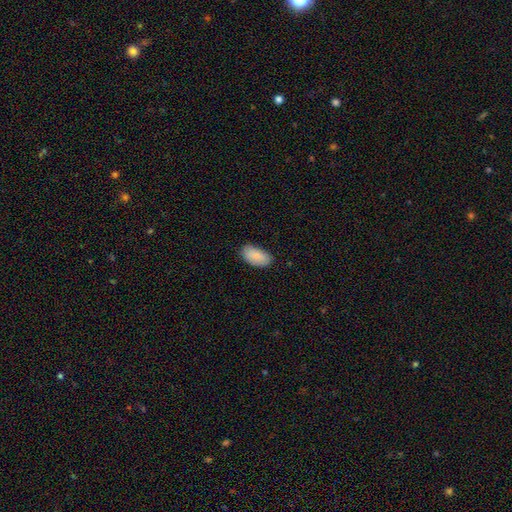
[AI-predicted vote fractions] A smooth galaxy with no disk features (87%) that is in between round and cigar-shaped (95%). Merging: none (80%).